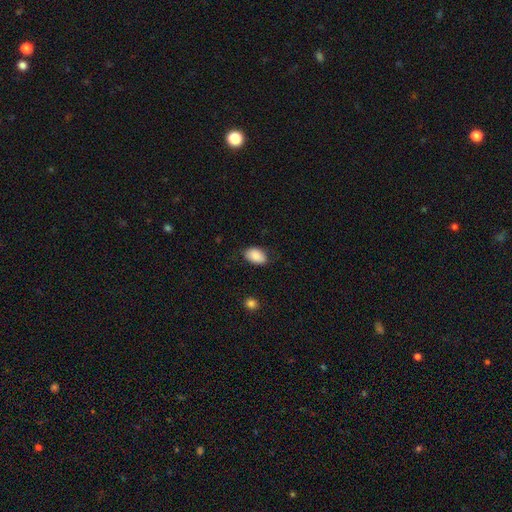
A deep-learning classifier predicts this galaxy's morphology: A smooth galaxy with no disk features (87%) that is in between round and cigar-shaped (89%). Merging: none (78%).